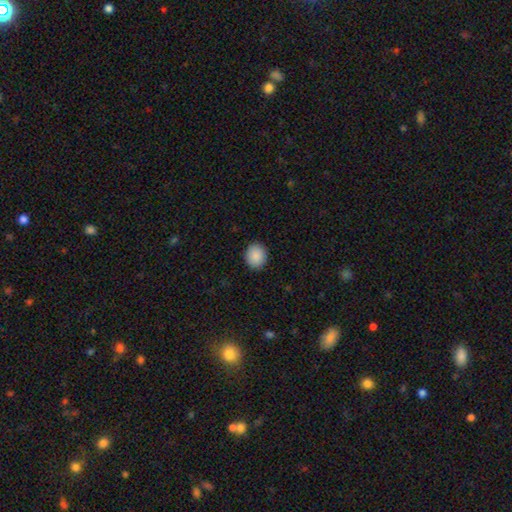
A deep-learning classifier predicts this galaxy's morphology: smooth_or_featured: smooth (p=0.89) [alt: star or artifact p=0.08]
how_rounded: round (p=0.68) [alt: in between p=0.31]
merging: none (p=0.91) [alt: minor disturbance p=0.06]